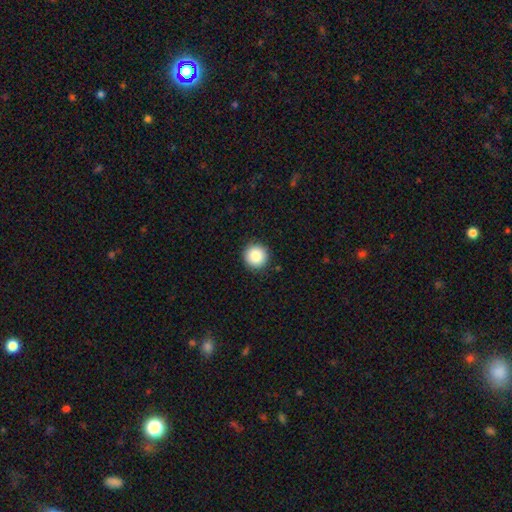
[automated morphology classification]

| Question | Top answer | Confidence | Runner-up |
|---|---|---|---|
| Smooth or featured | smooth | 87% | star or artifact (9%) |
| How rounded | round | 95% | in between (4%) |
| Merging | none | 92% | minor disturbance (5%) |